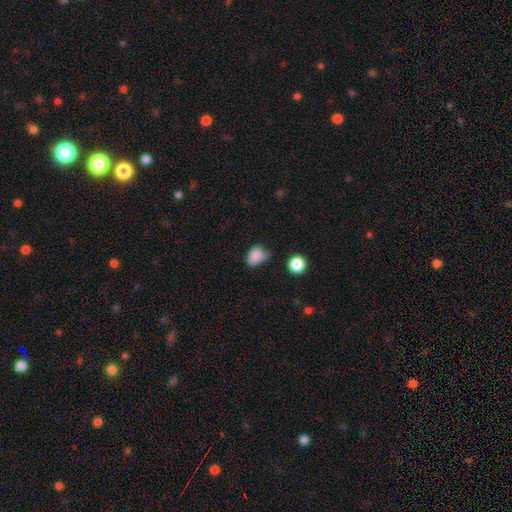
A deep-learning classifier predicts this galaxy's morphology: The model was most divided on "merging": none: 40%, minor disturbance: 39%, major disturbance: 14%, merger: 8%. More confident: smooth or featured — smooth (83%); how rounded — in between (78%).